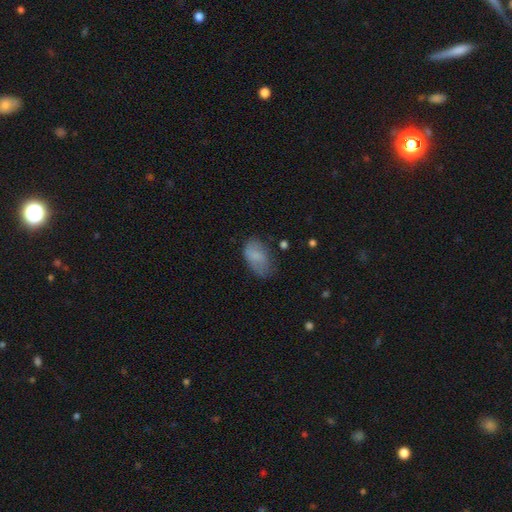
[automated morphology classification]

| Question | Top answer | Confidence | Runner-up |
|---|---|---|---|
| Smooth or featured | smooth | 77% | featured or disk (15%) |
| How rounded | in between | 92% | round (7%) |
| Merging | none | 54% | minor disturbance (31%) |